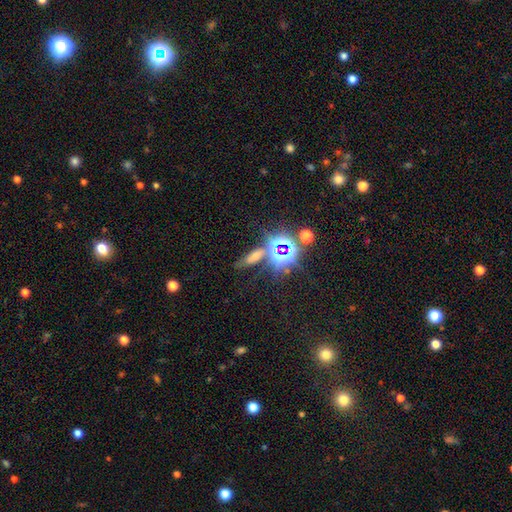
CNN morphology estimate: Smooth or featured? star or artifact (45%)